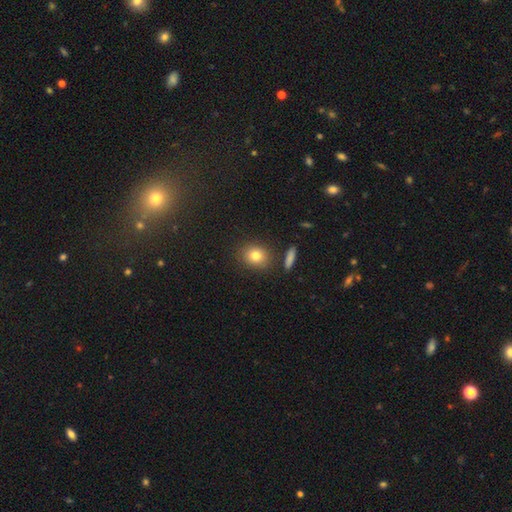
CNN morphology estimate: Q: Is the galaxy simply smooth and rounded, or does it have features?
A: smooth — 80%.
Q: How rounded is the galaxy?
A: round — 69%.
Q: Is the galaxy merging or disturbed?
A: none — 84%.